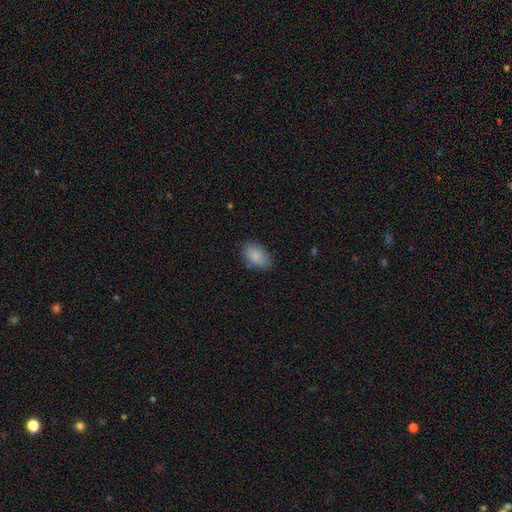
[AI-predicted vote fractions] smooth-or-featured: smooth: 83% | featured or disk: 10% | star or artifact: 7%
  how-rounded: in between: 91% | round: 8% | cigar-shaped: 1%
  merging: none: 76% | minor disturbance: 18% | major disturbance: 4% | merger: 2%